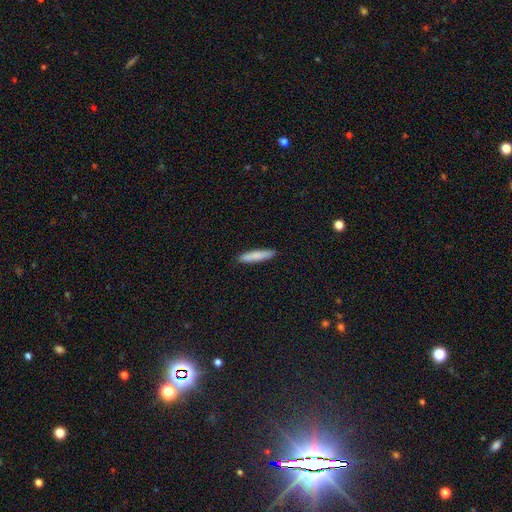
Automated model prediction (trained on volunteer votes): Smooth or featured? Predicted: smooth (p=0.82). How rounded? Predicted: cigar-shaped (p=0.89). Merging? Predicted: none (p=0.91).